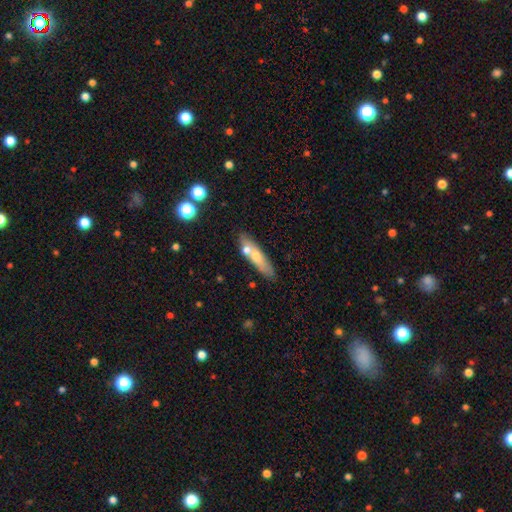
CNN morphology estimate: Smooth or featured? Predicted: smooth (p=0.57). How rounded? Predicted: cigar-shaped (p=0.73). Merging? Predicted: none (p=0.61).